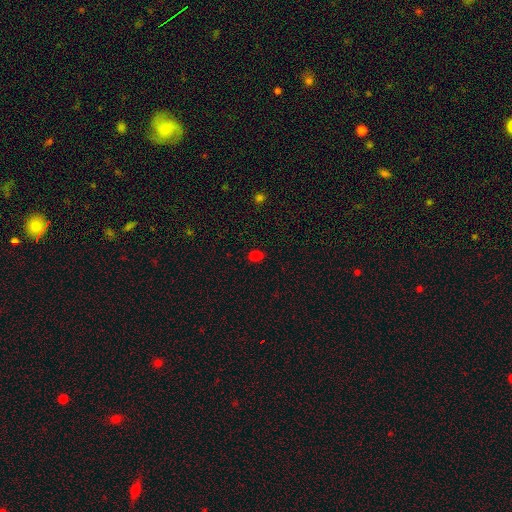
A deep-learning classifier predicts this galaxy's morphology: type=smooth (78%); roundness=in between (50%); merging=none (87%).